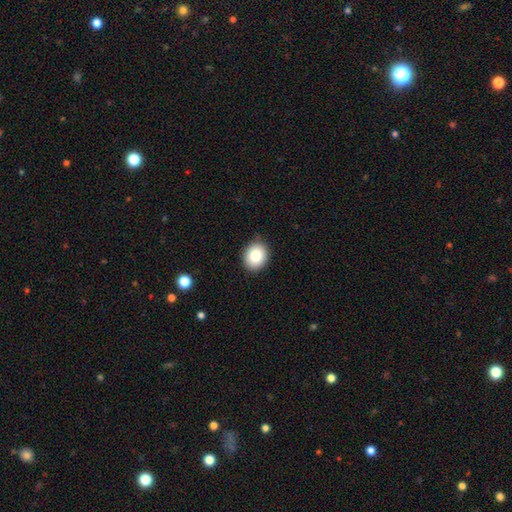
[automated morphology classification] smooth 85%, star or artifact 8%, featured or disk 7%. Down the decision tree: how rounded — round (61%); merging — none (89%).